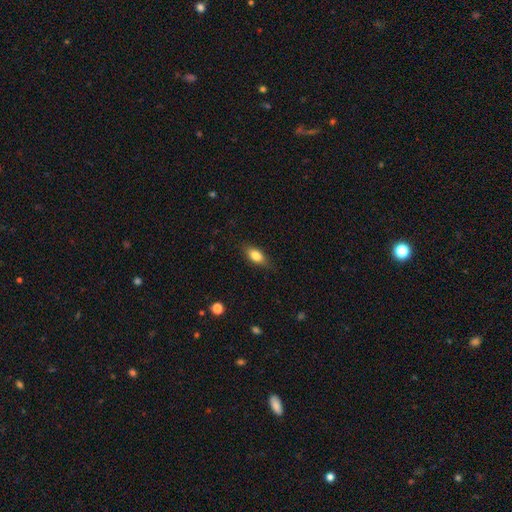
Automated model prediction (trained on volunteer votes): This is likely a smooth galaxy (79%). How rounded: clearly in between (82%). Merging: clearly none (80%).